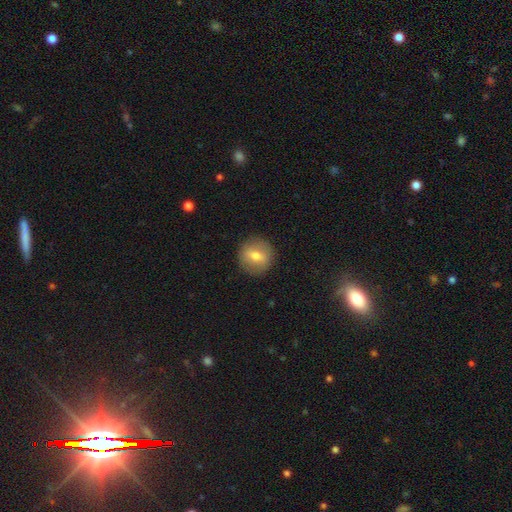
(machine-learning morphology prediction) This is likely a smooth galaxy (62%). How rounded: clearly round (89%). Merging: clearly none (88%).